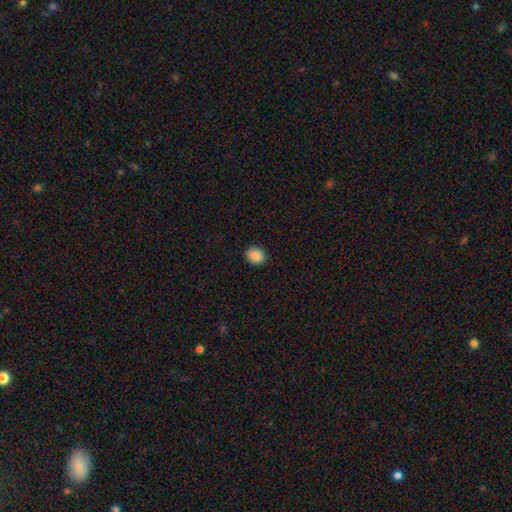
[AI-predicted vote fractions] A smooth galaxy with no disk features (87%) that is round (56%).

Vote fractions:
- Smooth or featured? smooth: 87% / star or artifact: 9% / featured or disk: 4%
- How rounded? round: 56% / in between: 43% / cigar-shaped: 1%
- Merging? none: 89% / minor disturbance: 8% / major disturbance: 2% / merger: 1%